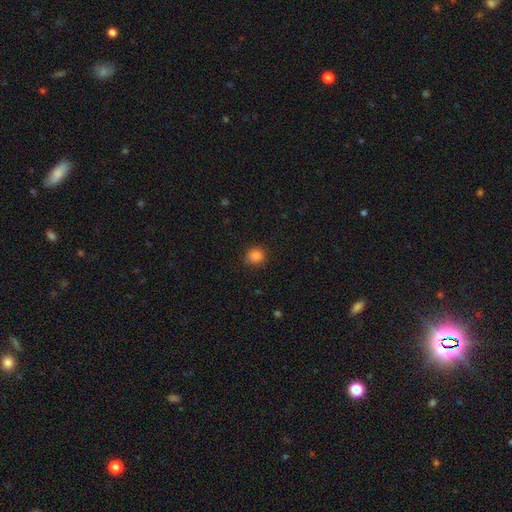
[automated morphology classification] smooth-or-featured: smooth: 85% | star or artifact: 11% | featured or disk: 4%
  how-rounded: round: 85% | in between: 14% | cigar-shaped: 1%
  merging: none: 84% | minor disturbance: 12% | major disturbance: 3% | merger: 1%